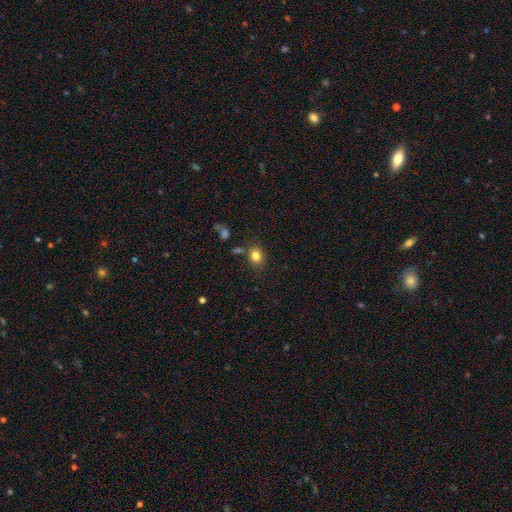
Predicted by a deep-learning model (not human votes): Overall: smooth (82%). How rounded: round (59%; in between 40%). Merging: none (79%).